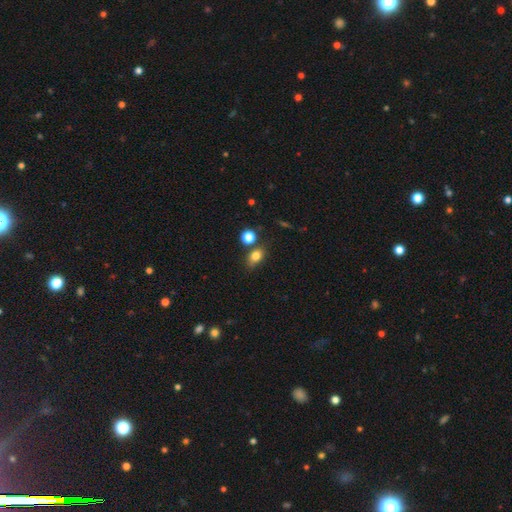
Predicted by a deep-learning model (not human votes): Smooth or featured?
  - smooth: 79% *
  - star or artifact: 12%
  - featured or disk: 9%
How rounded?
  - in between: 66% *
  - round: 32%
  - cigar-shaped: 2%
Merging?
  - none: 66% *
  - minor disturbance: 16%
  - merger: 13%
  - major disturbance: 5%